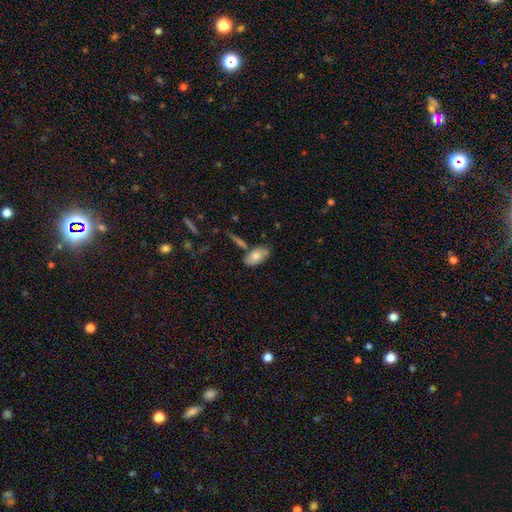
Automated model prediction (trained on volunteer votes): Overall: smooth (73%). How rounded: in between (92%). Merging: none (67%).